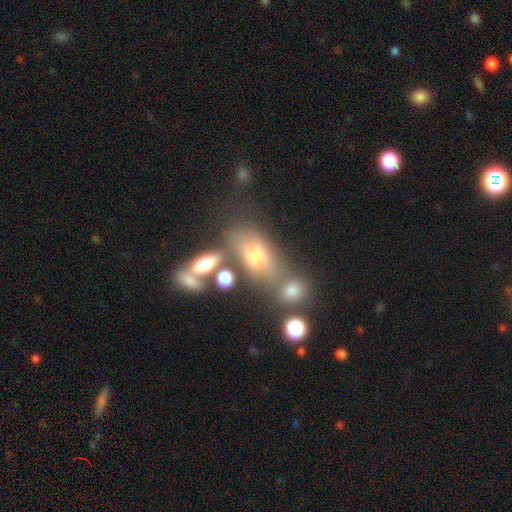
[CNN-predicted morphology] Smooth or featured? smooth (54%)
How rounded? in between (78%)
Merging? none (36%)